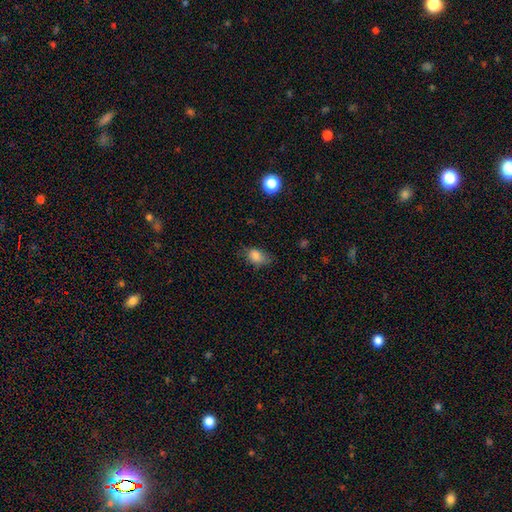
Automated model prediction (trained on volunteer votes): smooth_or_featured: smooth (p=0.83) [alt: star or artifact p=0.10]
how_rounded: in between (p=0.79) [alt: round p=0.18]
merging: none (p=0.58) [alt: minor disturbance p=0.31]